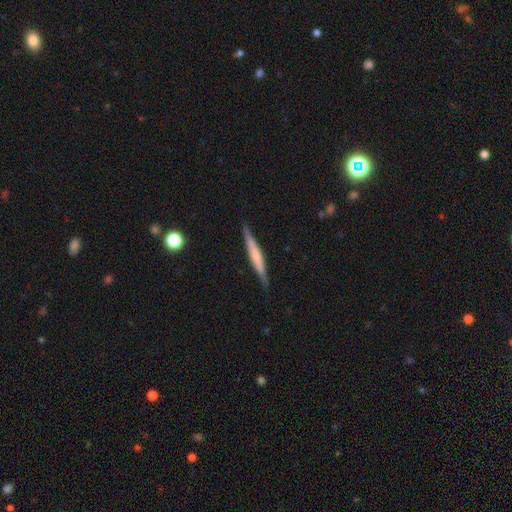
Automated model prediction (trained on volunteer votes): Smooth or featured?
  - featured or disk: 51% *
  - smooth: 43%
  - star or artifact: 6%
Edge-on disk?
  - yes: 96% *
  - no: 4%
Merging?
  - none: 87% *
  - minor disturbance: 10%
  - major disturbance: 2%
  - merger: 1%